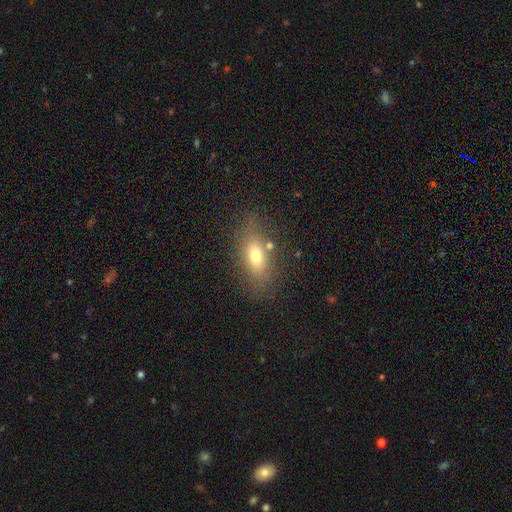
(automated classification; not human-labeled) smooth 69%, featured or disk 19%, star or artifact 12%. Down the decision tree: how rounded — in between (79%); merging — none (76%).